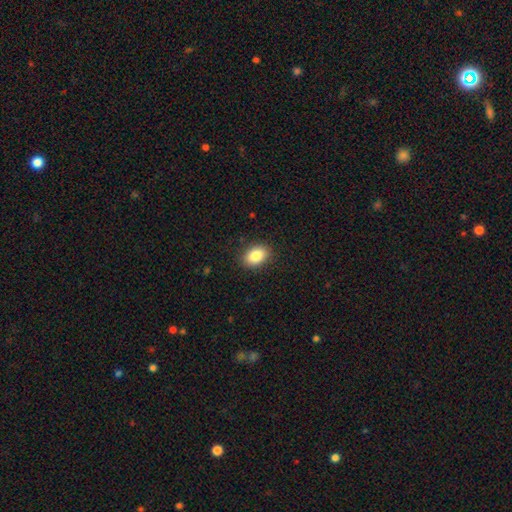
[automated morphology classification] Overall: smooth (85%). How rounded: in between (80%). Merging: none (88%).